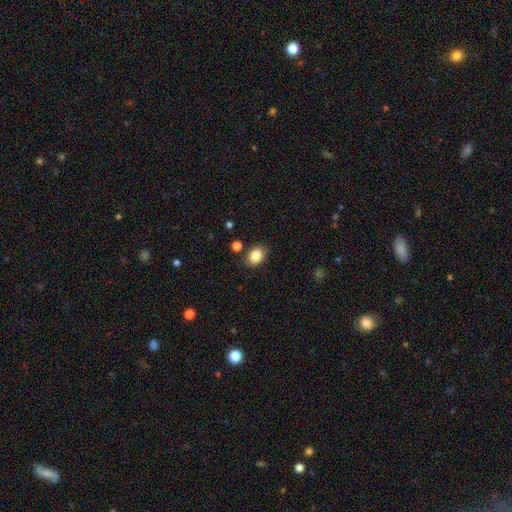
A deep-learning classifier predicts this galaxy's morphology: Smooth or featured? smooth (86%)
How rounded? in between (65%)
Merging? none (81%)